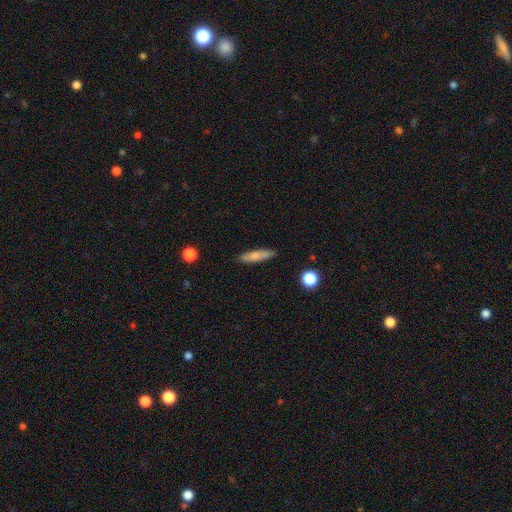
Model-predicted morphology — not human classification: Smooth or featured?
  - smooth: 72% *
  - featured or disk: 21%
  - star or artifact: 7%
How rounded?
  - cigar-shaped: 75% *
  - in between: 23%
  - round: 2%
Merging?
  - none: 85% *
  - minor disturbance: 12%
  - major disturbance: 2%
  - merger: 2%